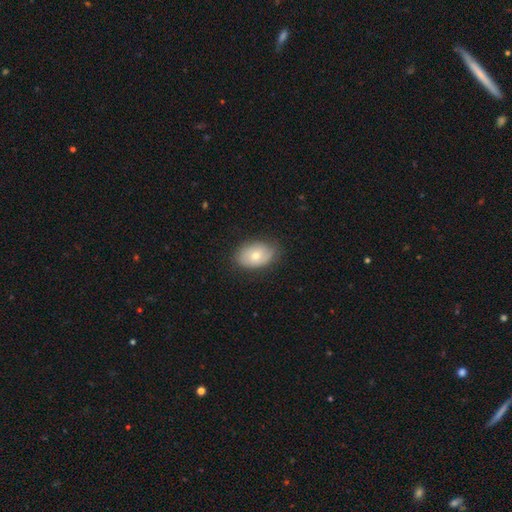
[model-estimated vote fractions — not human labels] A smooth galaxy with no disk features (64%) that is in between round and cigar-shaped (84%).

Vote fractions:
- Smooth or featured? smooth: 64% / featured or disk: 29% / star or artifact: 7%
- How rounded? in between: 84% / round: 14% / cigar-shaped: 1%
- Merging? none: 77% / minor disturbance: 18% / major disturbance: 4% / merger: 1%